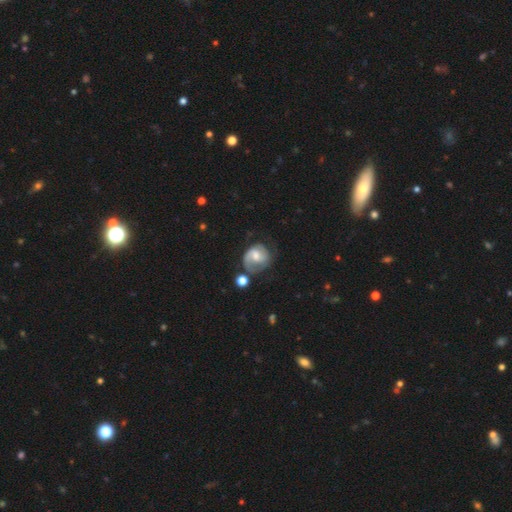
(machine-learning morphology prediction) A featured or disk galaxy (69%) with a weak bar (49%), 2 (61%) medium (42%) spiral arms (91%) and a moderate central bulge (52%).

Vote fractions:
- Smooth or featured? featured or disk: 69% / smooth: 24% / star or artifact: 7%
- Edge-on disk? no: 98% / yes: 2%
- Bar? weak: 49% / no: 39% / strong: 12%
- Spiral arms? yes: 91% / no: 9%
- Spiral winding? medium: 42% / tight: 38% / loose: 20%
- Spiral arm count? 2: 61% / 1: 23% / can't tell: 11% / 3: 3% / 4: 1% / more than 4: 1%
- Bulge size? moderate: 52% / small: 32% / large: 8% / none: 7% / dominant: 1%
- Merging? none: 58% / minor disturbance: 23% / major disturbance: 14% / merger: 6%